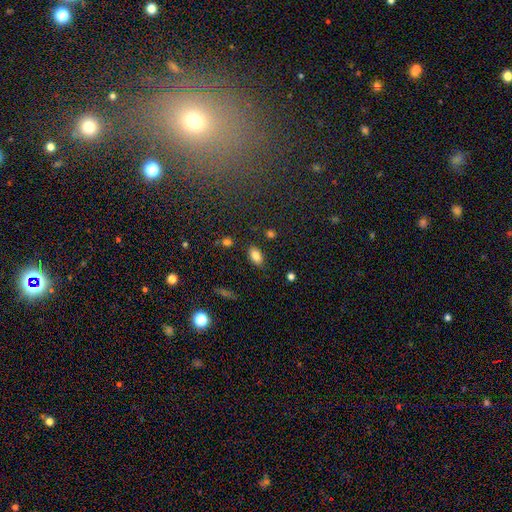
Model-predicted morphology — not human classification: Overall: smooth (82%). How rounded: in between (91%). Merging: none (82%).